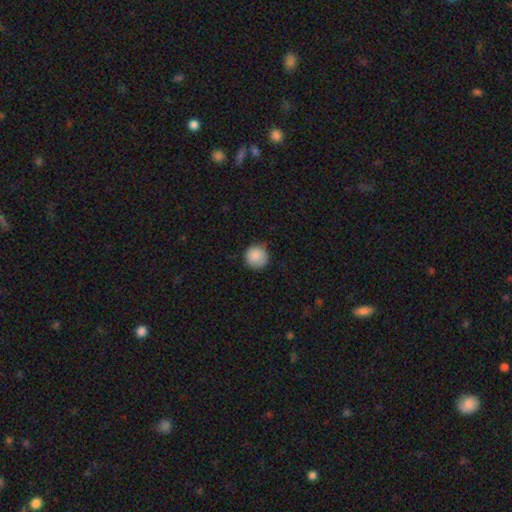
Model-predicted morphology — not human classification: Smooth or featured?
  - smooth: 88% *
  - star or artifact: 8%
  - featured or disk: 5%
How rounded?
  - round: 95% *
  - in between: 5%
  - cigar-shaped: 1%
Merging?
  - none: 83% *
  - minor disturbance: 13%
  - major disturbance: 2%
  - merger: 1%